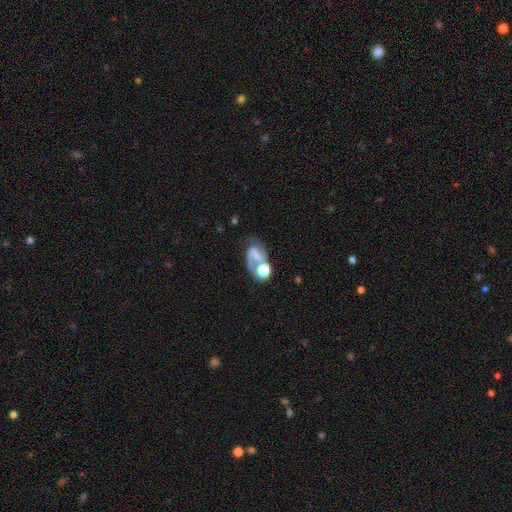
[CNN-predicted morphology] Overall: featured or disk (76%). Edge-on disk: no (98%). Bar: weak (40%; no 31%). Spiral arms: yes (93%). Spiral arm count: 2 (77%). Spiral winding: medium (50%; loose 33%). Bulge size: small (39%; none 32%). Merging: none (43%; merger 26%).